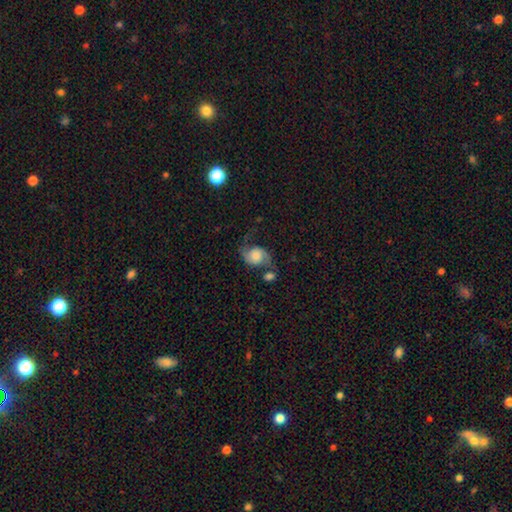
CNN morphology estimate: Smooth or featured?
  - featured or disk: 74% *
  - smooth: 18%
  - star or artifact: 8%
Edge-on disk?
  - no: 98% *
  - yes: 2%
Bar?
  - no: 70% *
  - weak: 25%
  - strong: 5%
Spiral arms?
  - yes: 95% *
  - no: 5%
Spiral winding?
  - loose: 53% *
  - medium: 36%
  - tight: 11%
Spiral arm count?
  - 2: 92% *
  - 1: 3%
  - can't tell: 3%
  - 3: 1%
  - 4: 1%
  - more than 4: 1%
Bulge size?
  - moderate: 33% *
  - large: 25%
  - small: 22%
  - none: 14%
  - dominant: 6%
Merging?
  - none: 54% *
  - minor disturbance: 21%
  - major disturbance: 13%
  - merger: 12%